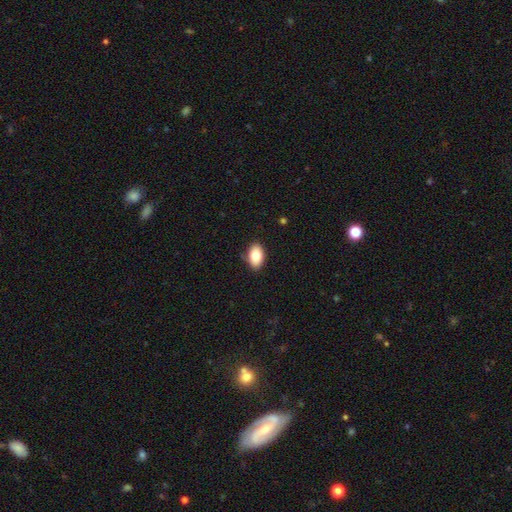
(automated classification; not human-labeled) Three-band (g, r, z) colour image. It shows a smooth galaxy with no disk features (83%) that is in between round and cigar-shaped (91%). Merging: none (87%).